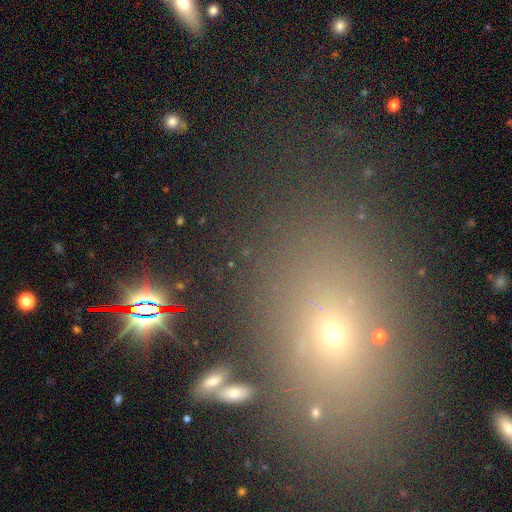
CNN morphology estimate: Smooth or featured?
  - smooth: 46% *
  - star or artifact: 40%
  - featured or disk: 14%
Merging?
  - none: 75% *
  - minor disturbance: 12%
  - merger: 7%
  - major disturbance: 6%